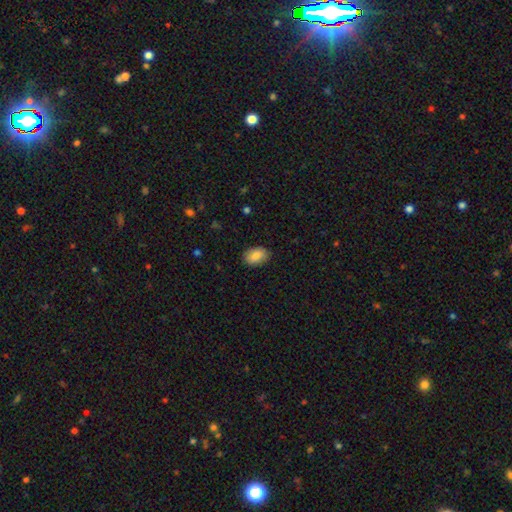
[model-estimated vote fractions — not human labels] A smooth galaxy with no disk features (85%) that is in between round and cigar-shaped (86%). Merging: none (86%).